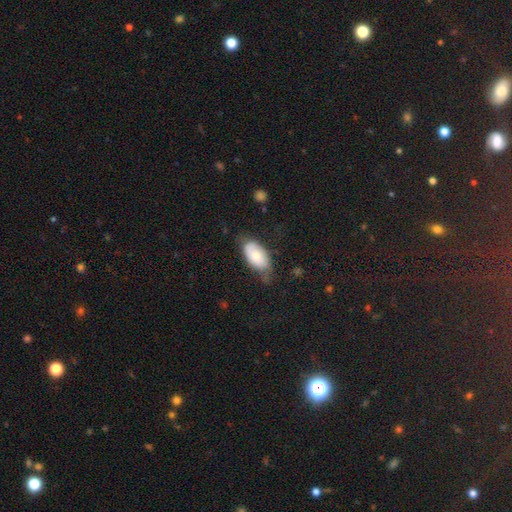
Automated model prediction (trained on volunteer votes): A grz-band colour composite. It shows a smooth galaxy with no disk features (69%) that is in between round and cigar-shaped (94%). Merging: none (51%).